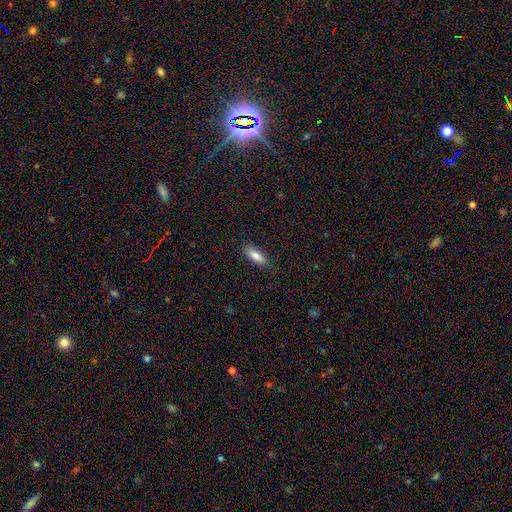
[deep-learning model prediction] This is clearly a smooth galaxy (85%). How rounded: likely in between (70%). Merging: clearly none (86%).